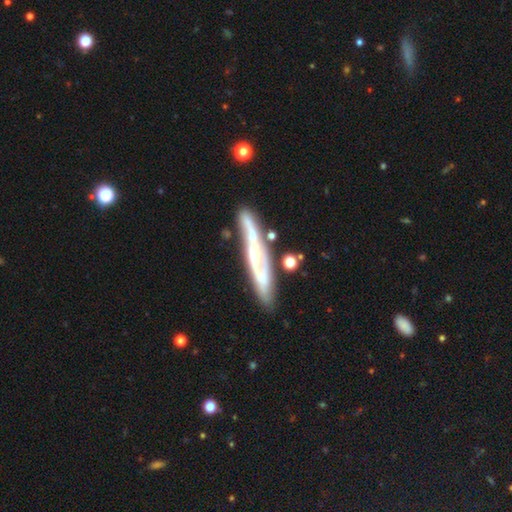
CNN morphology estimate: smooth-or-featured: featured or disk: 75% | smooth: 19% | star or artifact: 6%
  disk-edge-on: yes: 61% | no: 39%
  merging: none: 76% | minor disturbance: 15% | merger: 6% | major disturbance: 4%